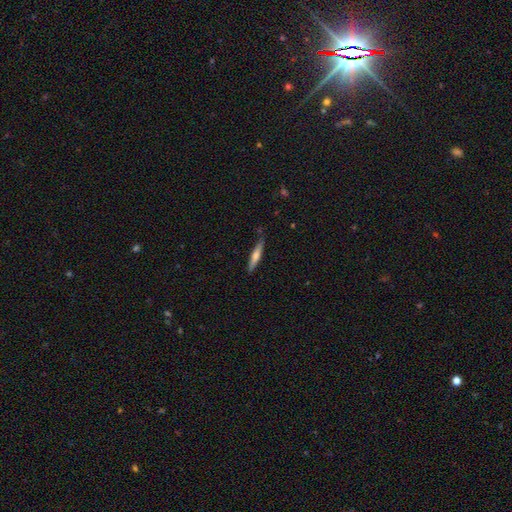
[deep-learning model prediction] Overall: smooth (54%; featured or disk 40%). How rounded: cigar-shaped (92%). Merging: none (79%).